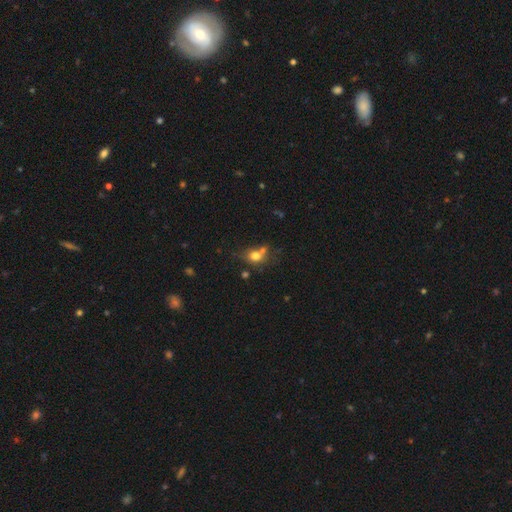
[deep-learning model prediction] This is likely a smooth galaxy (74%). How rounded: possibly round (59%). Merging: possibly none (46%).